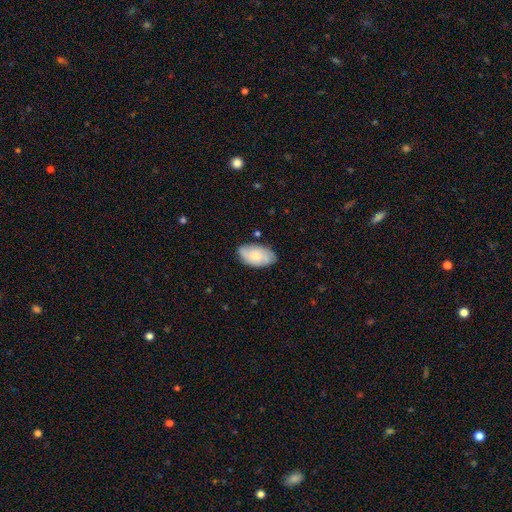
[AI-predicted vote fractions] This is likely a smooth galaxy (61%). How rounded: clearly in between (94%). Merging: likely none (77%).